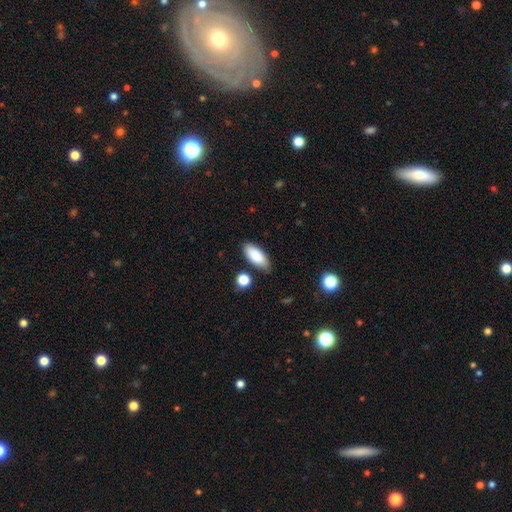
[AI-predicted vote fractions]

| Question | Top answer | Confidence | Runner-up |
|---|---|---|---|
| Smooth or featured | smooth | 87% | star or artifact (7%) |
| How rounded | in between | 87% | cigar-shaped (11%) |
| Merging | none | 78% | minor disturbance (14%) |